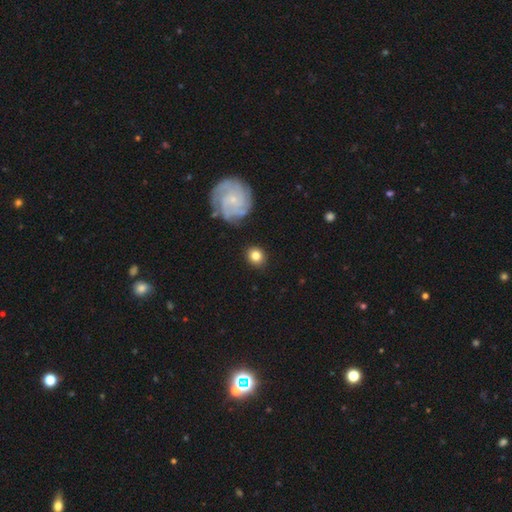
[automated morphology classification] Smooth or featured?
  - smooth: 78% *
  - featured or disk: 13%
  - star or artifact: 9%
How rounded?
  - round: 80% *
  - in between: 19%
  - cigar-shaped: 1%
Merging?
  - none: 87% *
  - minor disturbance: 9%
  - major disturbance: 3%
  - merger: 2%